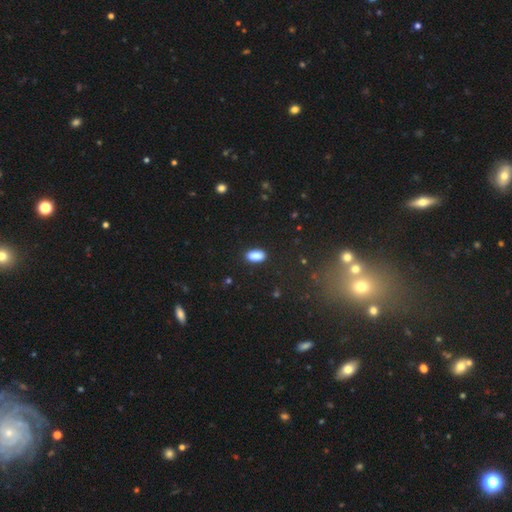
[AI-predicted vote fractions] Q: Smooth or featured?
A: smooth (88%); runner-up: star or artifact (8%)
Q: How rounded?
A: in between (90%); runner-up: cigar-shaped (6%)
Q: Merging?
A: none (87%); runner-up: minor disturbance (10%)